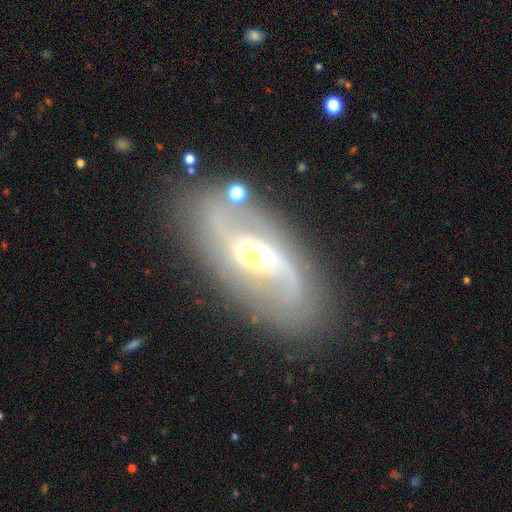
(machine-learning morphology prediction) The model was most divided on "spiral winding": medium: 44%, loose: 36%, tight: 20%. Remaining: edge-on disk — no (93%); spiral arms — yes (91%); spiral arm count — 2 (81%); smooth or featured — featured or disk (81%); merging — none (77%); bulge size — moderate (53%); bar — weak (48%).